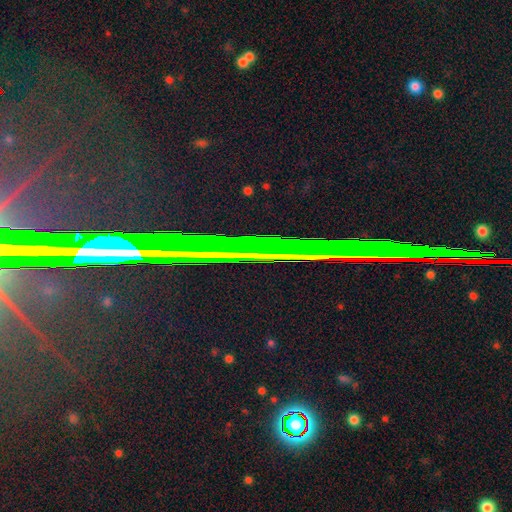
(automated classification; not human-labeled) smooth-or-featured: star or artifact: 75% | featured or disk: 14% | smooth: 11%